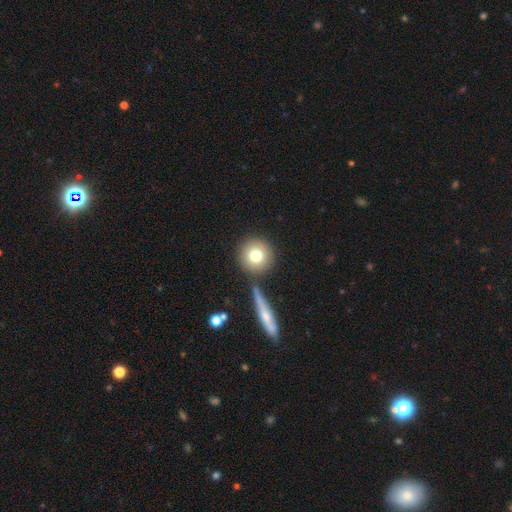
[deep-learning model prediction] Morphology: type=smooth (77%); roundness=round (94%); merging=none (79%).